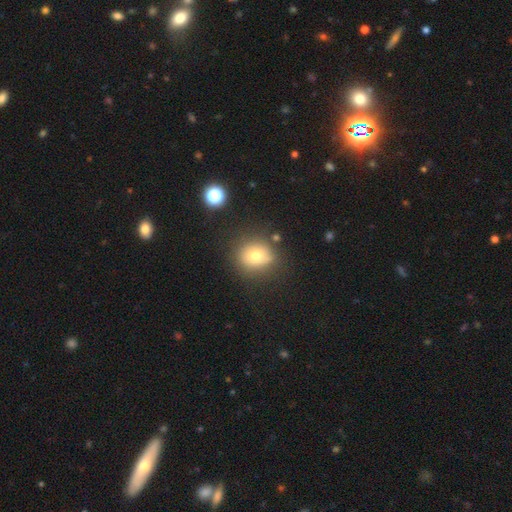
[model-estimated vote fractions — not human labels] Morphology: type=smooth (73%); roundness=round (78%); merging=none (74%).